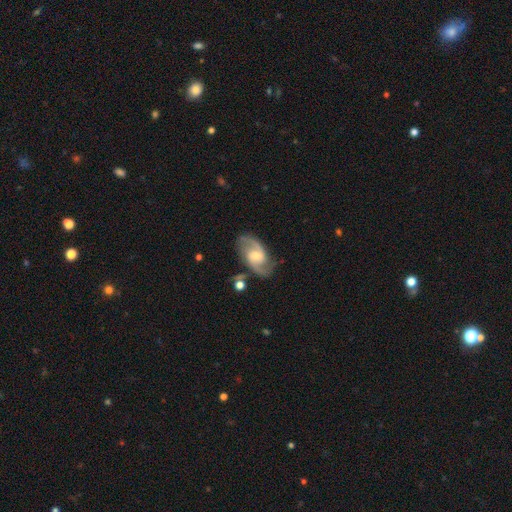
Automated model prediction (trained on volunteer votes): featured or disk 87%, smooth 8%, star or artifact 5%. Down the decision tree: edge-on disk — no (96%); bar — weak (49%); spiral arms — yes (97%); spiral arm count — 2 (91%); spiral winding — medium (54%); bulge size — moderate (50%); merging — none (78%).